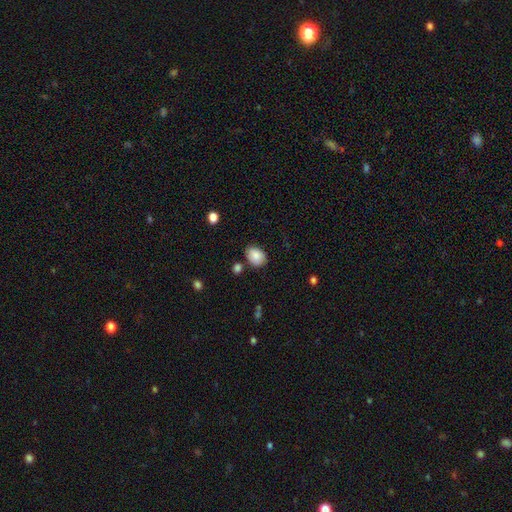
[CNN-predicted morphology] A smooth galaxy with no disk features (83%) that is in between round and cigar-shaped (70%). Merging: none (75%).